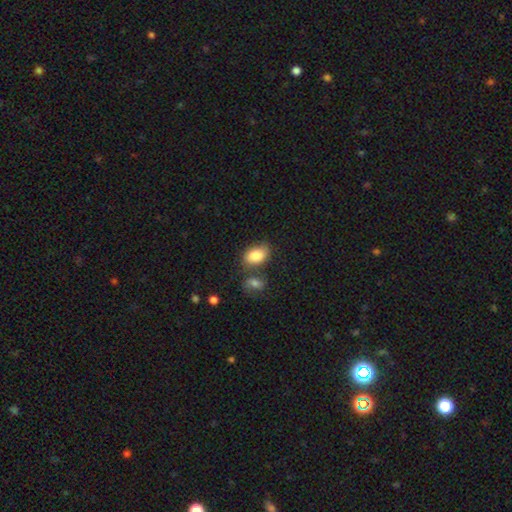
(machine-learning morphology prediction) Smooth or featured? smooth (83%)
How rounded? in between (88%)
Merging? none (58%)